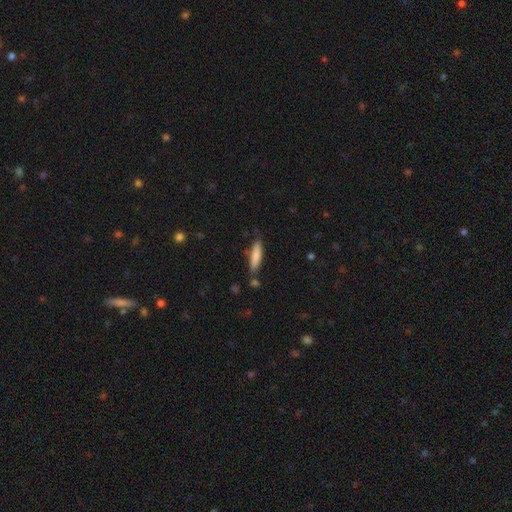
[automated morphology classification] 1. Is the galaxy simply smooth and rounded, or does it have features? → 82% smooth, 12% featured or disk, 6% star or artifact.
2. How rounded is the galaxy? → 74% cigar-shaped, 24% in between, 1% round.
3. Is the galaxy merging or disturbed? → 79% none, 14% minor disturbance, 4% merger, 3% major disturbance.